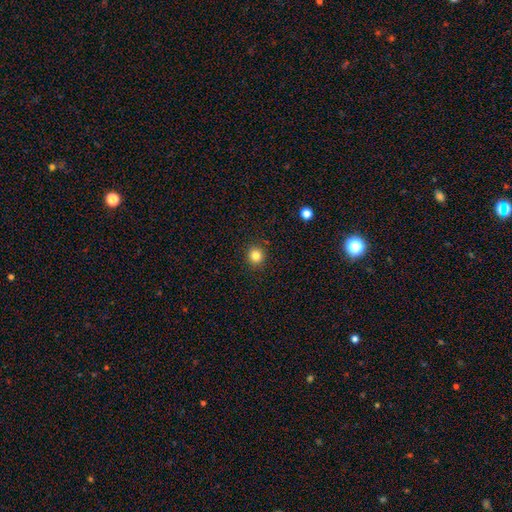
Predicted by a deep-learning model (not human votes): A smooth galaxy with no disk features (82%) that is round (92%).

Vote fractions:
- Smooth or featured? smooth: 82% / star or artifact: 12% / featured or disk: 5%
- How rounded? round: 92% / in between: 7% / cigar-shaped: 1%
- Merging? none: 92% / minor disturbance: 5% / major disturbance: 2% / merger: 1%